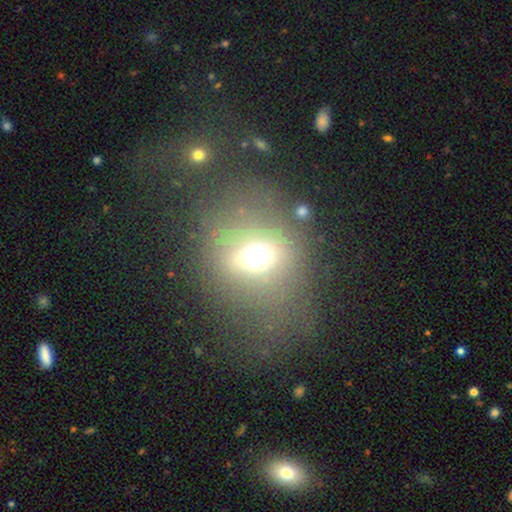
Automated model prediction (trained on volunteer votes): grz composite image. It shows a smooth galaxy with no disk features (52%) that is round (49%). Merging: none (63%).